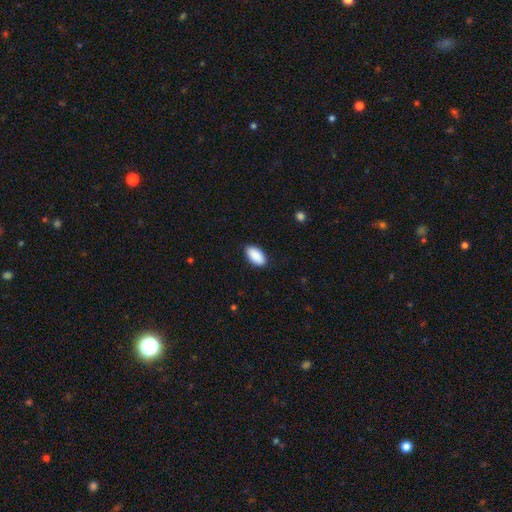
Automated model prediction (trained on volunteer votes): This appears to be a smooth galaxy with no disk features (91%) that is in between round and cigar-shaped (95%). Merging: none (87%).